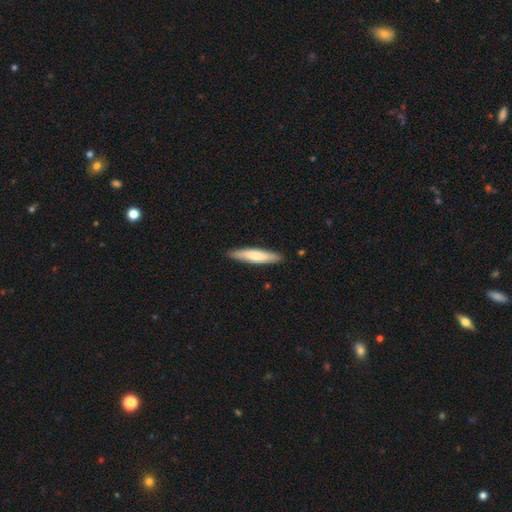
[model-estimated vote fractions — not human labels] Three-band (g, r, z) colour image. It shows a smooth galaxy with no disk features (70%) that is cigar-shaped (84%). Merging: none (88%).